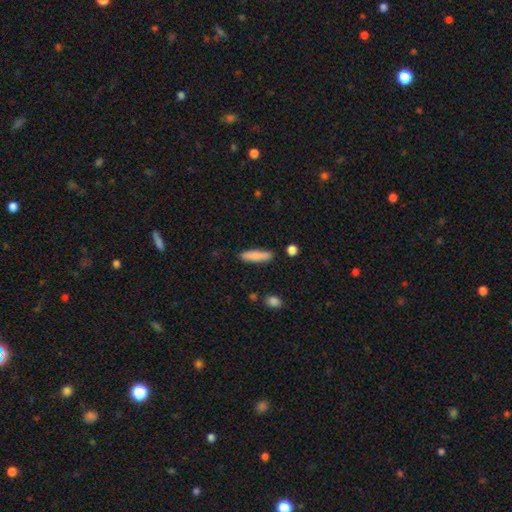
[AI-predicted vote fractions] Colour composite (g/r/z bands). It shows a smooth galaxy with no disk features (84%) that is cigar-shaped (76%). Merging: none (87%).